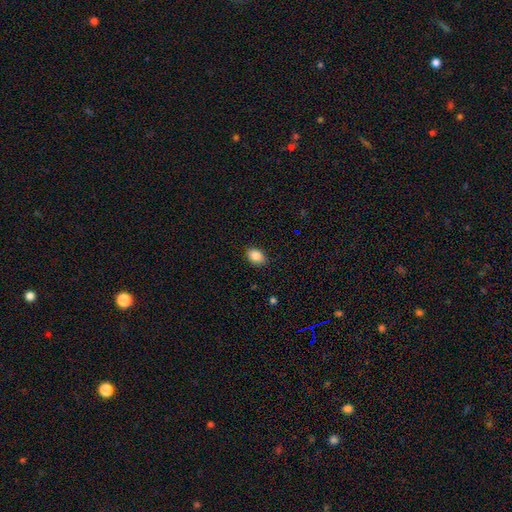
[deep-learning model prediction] Smooth or featured? Predicted: smooth (p=0.87). How rounded? Predicted: in between (p=0.80). Merging? Predicted: none (p=0.87).